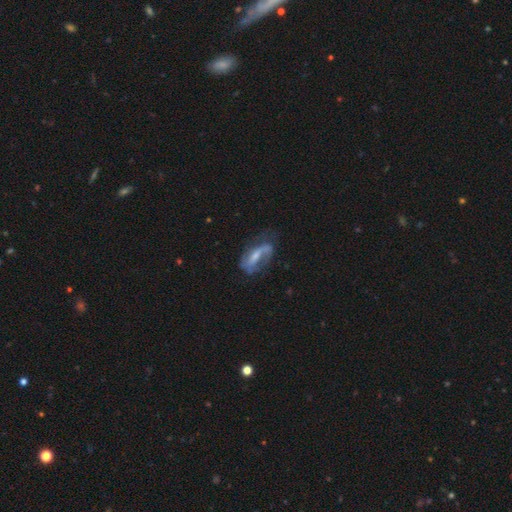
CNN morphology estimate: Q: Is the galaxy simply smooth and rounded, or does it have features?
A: featured or disk — 68%.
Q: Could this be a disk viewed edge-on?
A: no — 89%.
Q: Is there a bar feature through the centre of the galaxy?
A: strong — 38%.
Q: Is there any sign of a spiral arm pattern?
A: yes — 79%.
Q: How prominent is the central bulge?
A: small — 44%.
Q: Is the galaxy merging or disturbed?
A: none — 45%.